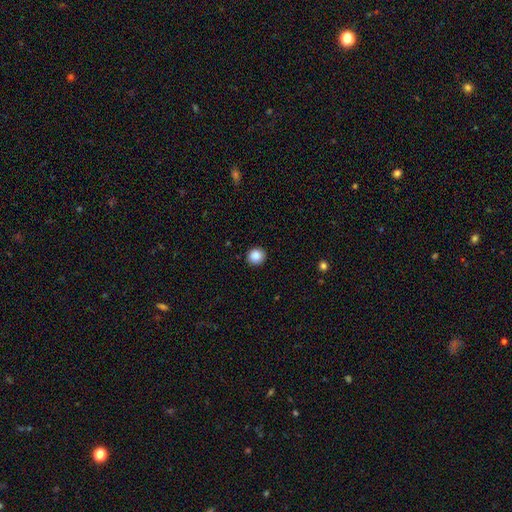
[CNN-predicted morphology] Smooth or featured: smooth — 88% (star or artifact — 9%)
How rounded: round — 91% (in between — 8%)
Merging: none — 92% (minor disturbance — 5%)